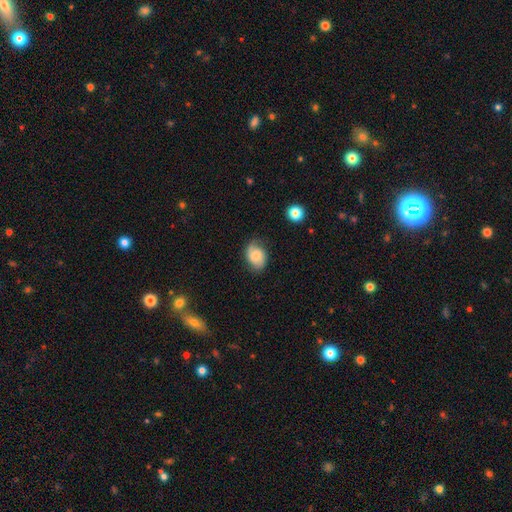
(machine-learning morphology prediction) This appears to be a smooth galaxy with no disk features (48%). Merging: none (67%).